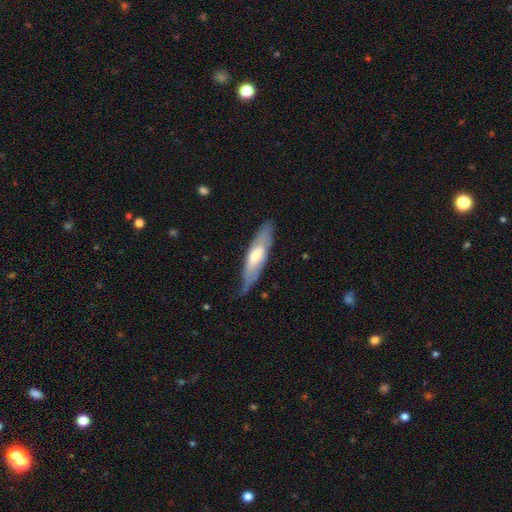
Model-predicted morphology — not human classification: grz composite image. It shows a featured or disk galaxy (52%) viewed edge-on (57%). Merging: none (72%).